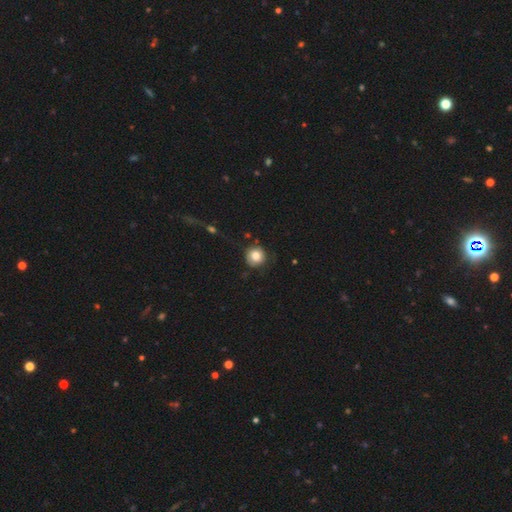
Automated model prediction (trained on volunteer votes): Smooth or featured? Predicted: smooth (p=0.82). How rounded? Predicted: round (p=0.92). Merging? Predicted: none (p=0.76).